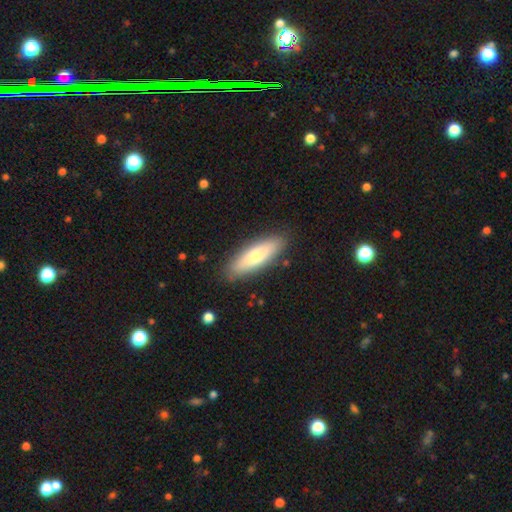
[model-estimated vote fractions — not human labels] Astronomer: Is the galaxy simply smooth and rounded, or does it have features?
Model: smooth — 68%.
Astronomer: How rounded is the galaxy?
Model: cigar-shaped — 50% (runner-up: in between, 48%).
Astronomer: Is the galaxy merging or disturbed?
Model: none — 87%.